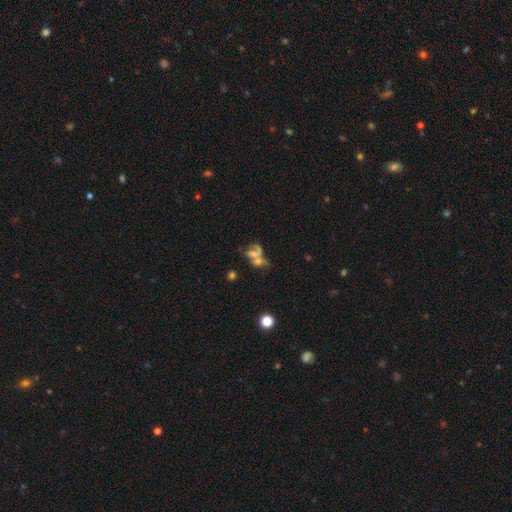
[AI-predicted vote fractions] Morphology: type=smooth (45%); merging=merger (57%).